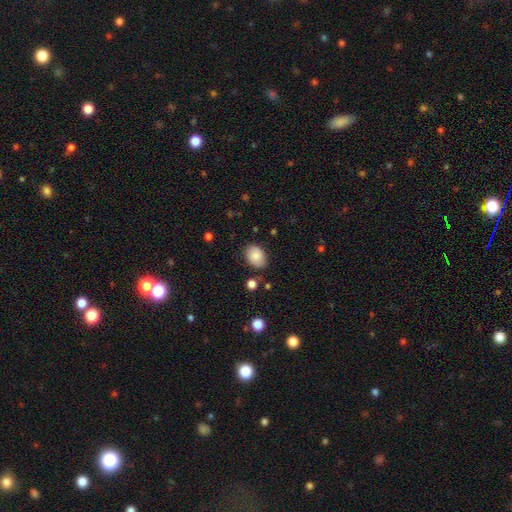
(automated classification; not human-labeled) Smooth or featured? smooth (83%)
How rounded? in between (77%)
Merging? none (80%)